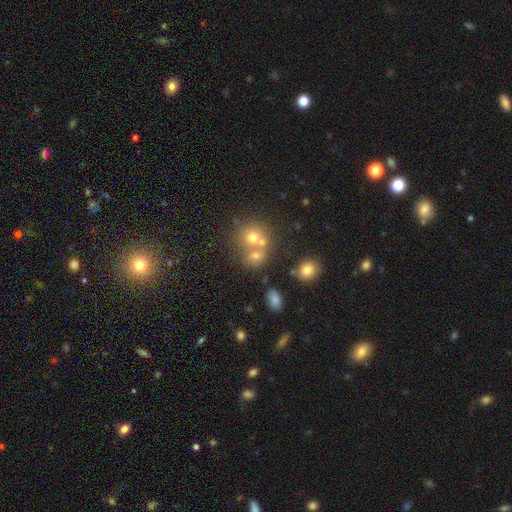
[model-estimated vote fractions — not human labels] smooth-or-featured: smooth: 64% | featured or disk: 18% | star or artifact: 17%
  how-rounded: round: 68% | in between: 31% | cigar-shaped: 1%
  merging: merger: 49% | none: 38% | minor disturbance: 9% | major disturbance: 5%